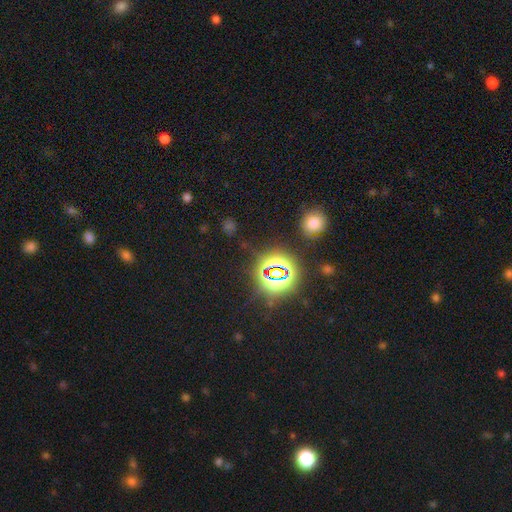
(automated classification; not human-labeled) Smooth or featured: star or artifact — 77% (smooth — 15%)